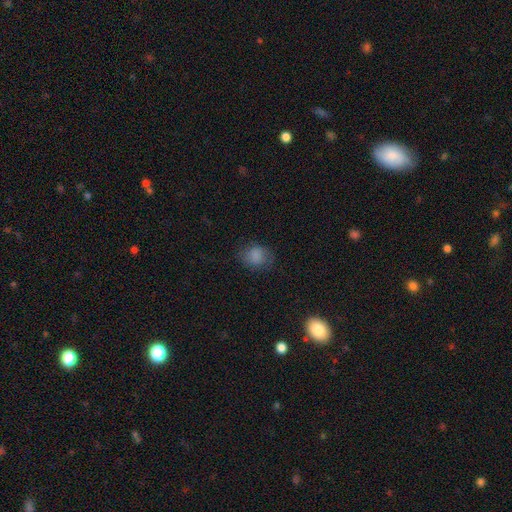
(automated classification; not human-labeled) This appears to be a smooth galaxy with no disk features (81%) that is round (61%). Merging: none (72%).